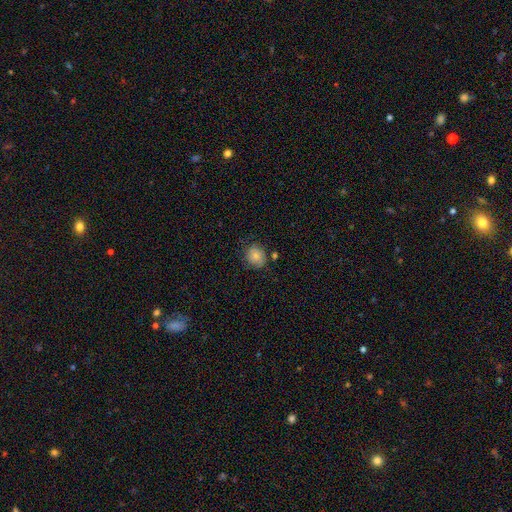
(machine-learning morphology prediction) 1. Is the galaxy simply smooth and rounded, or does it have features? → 82% smooth, 9% featured or disk, 9% star or artifact.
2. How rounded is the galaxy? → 65% round, 34% in between, 1% cigar-shaped.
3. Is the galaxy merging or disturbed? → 73% none, 18% minor disturbance, 4% major disturbance, 4% merger.